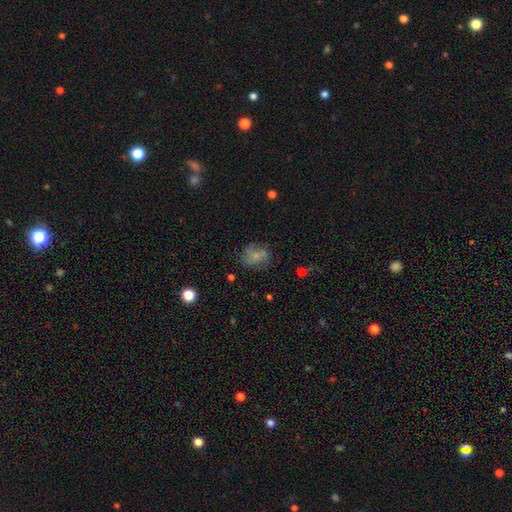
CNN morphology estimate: smooth_or_featured: smooth (p=0.44) [tied with: featured or disk p=0.44]
merging: none (p=0.60) [alt: minor disturbance p=0.23]